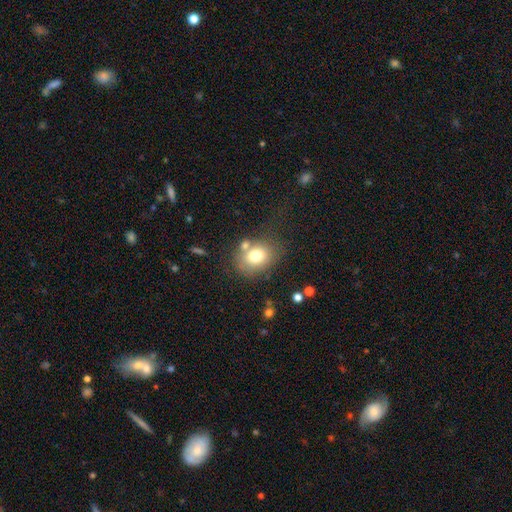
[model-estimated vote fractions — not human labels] Smooth or featured?
  - smooth: 74% *
  - featured or disk: 16%
  - star or artifact: 10%
How rounded?
  - round: 50% *
  - in between: 49%
  - cigar-shaped: 1%
Merging?
  - none: 61% *
  - minor disturbance: 17%
  - merger: 14%
  - major disturbance: 8%